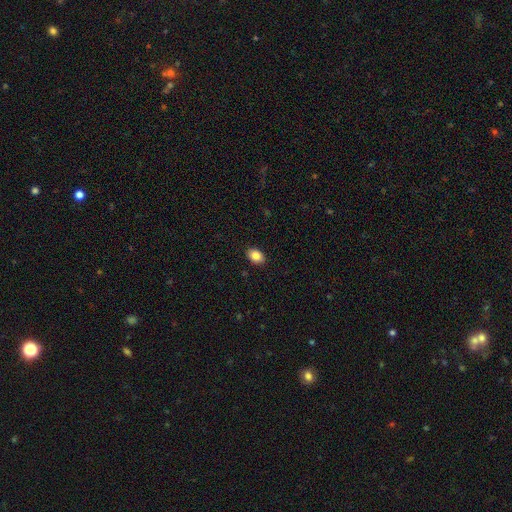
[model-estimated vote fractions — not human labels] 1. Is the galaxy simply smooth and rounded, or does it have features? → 85% smooth, 8% star or artifact, 6% featured or disk.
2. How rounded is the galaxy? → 81% in between, 18% round, 1% cigar-shaped.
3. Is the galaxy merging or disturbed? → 90% none, 7% minor disturbance, 2% major disturbance, 1% merger.